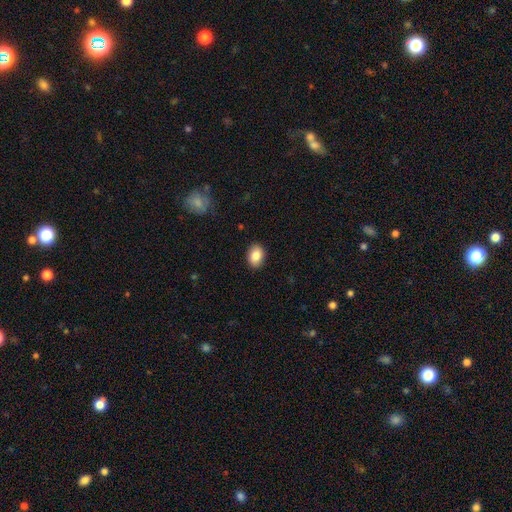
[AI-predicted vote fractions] Morphology: type=smooth (86%); roundness=in between (75%); merging=none (90%).